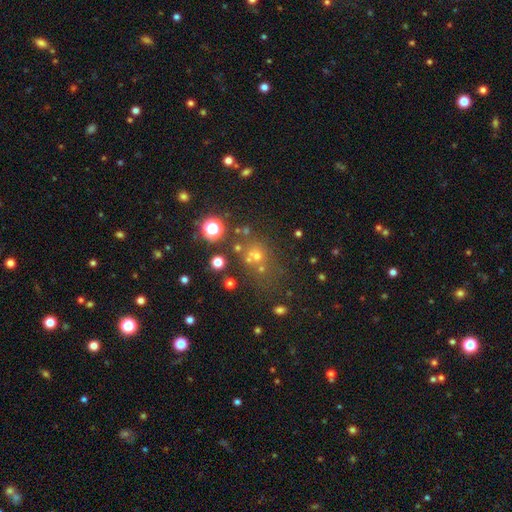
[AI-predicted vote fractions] smooth-or-featured: smooth: 49% | star or artifact: 36% | featured or disk: 14%
  merging: none: 59% | merger: 24% | minor disturbance: 11% | major disturbance: 6%